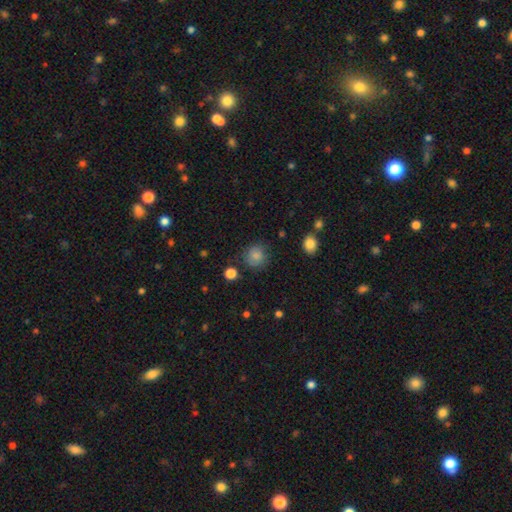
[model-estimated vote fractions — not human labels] smooth 82%, star or artifact 11%, featured or disk 8%. Down the decision tree: how rounded — round (86%); merging — none (77%).